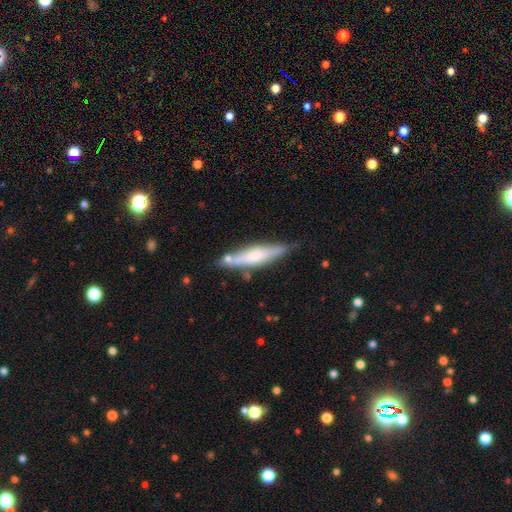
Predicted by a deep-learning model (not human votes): Q: Smooth or featured?
A: smooth (52%); runner-up: featured or disk (42%)
Q: How rounded?
A: cigar-shaped (79%); runner-up: in between (19%)
Q: Merging?
A: none (68%); runner-up: minor disturbance (18%)